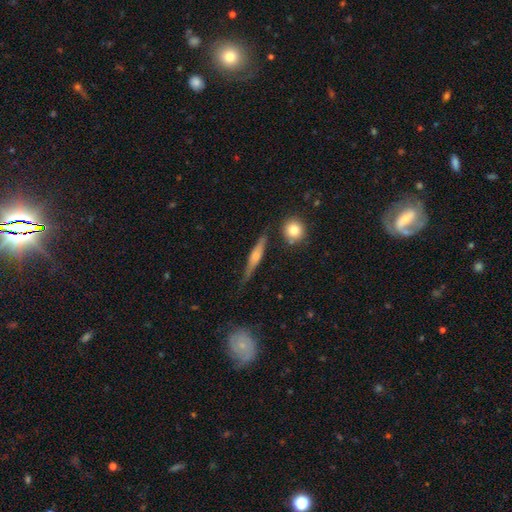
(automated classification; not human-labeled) featured or disk 59%, smooth 34%, star or artifact 7%. Down the decision tree: edge-on disk — yes (94%); edge-on bulge — rounded (67%); merging — none (75%).